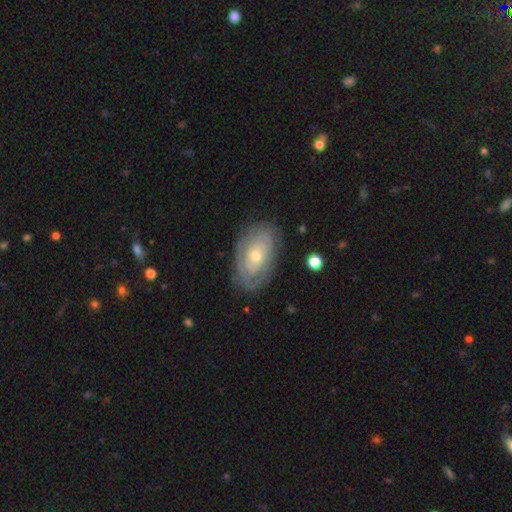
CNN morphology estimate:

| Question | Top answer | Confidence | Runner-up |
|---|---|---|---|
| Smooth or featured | featured or disk | 73% | smooth (21%) |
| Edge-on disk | no | 94% | yes (6%) |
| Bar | no | 79% | weak (18%) |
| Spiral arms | yes | 80% | no (20%) |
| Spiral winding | tight | 74% | medium (19%) |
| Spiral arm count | can't tell | 54% | 2 (25%) |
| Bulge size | moderate | 49% | small (46%) |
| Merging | none | 76% | minor disturbance (17%) |